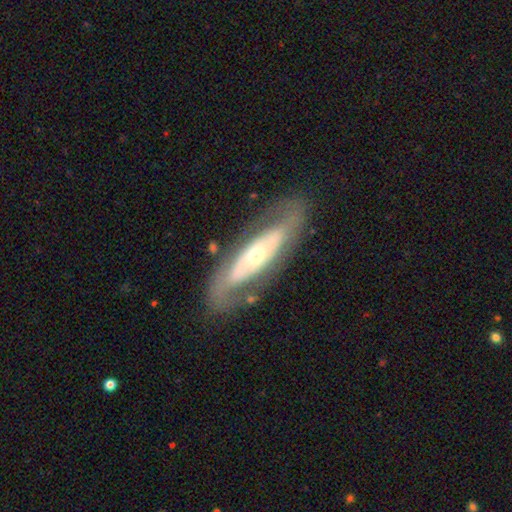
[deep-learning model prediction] Overall: featured or disk (72%). Edge-on disk: no (78%). Bar: no (74%). Spiral arms: no (53%; yes 47%). Bulge size: small (49%; moderate 44%). Merging: none (74%).